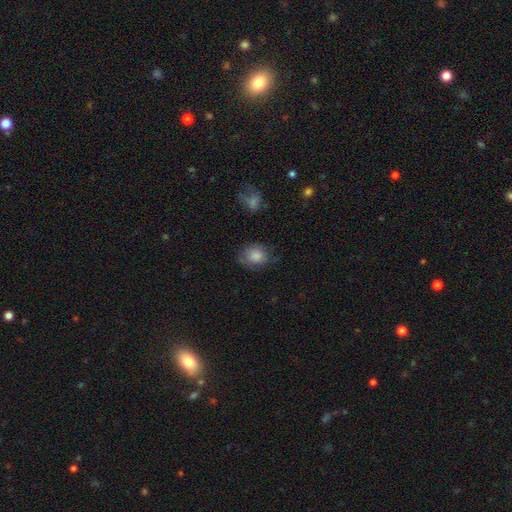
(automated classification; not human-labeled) Smooth or featured?
  - smooth: 83% *
  - featured or disk: 9%
  - star or artifact: 8%
How rounded?
  - round: 60% *
  - in between: 38%
  - cigar-shaped: 1%
Merging?
  - none: 65% *
  - minor disturbance: 24%
  - major disturbance: 8%
  - merger: 3%